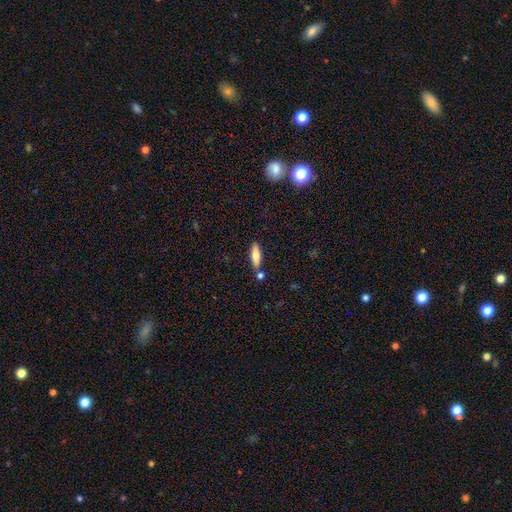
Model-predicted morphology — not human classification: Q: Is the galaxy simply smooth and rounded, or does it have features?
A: smooth — 74%.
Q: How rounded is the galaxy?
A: cigar-shaped — 52%.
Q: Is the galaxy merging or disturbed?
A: none — 75%.